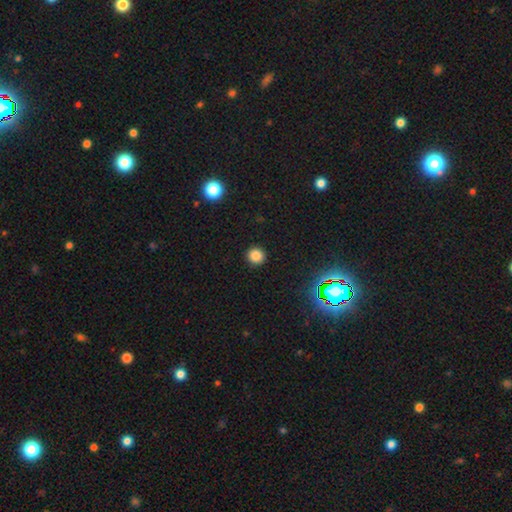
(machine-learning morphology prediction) Q: Smooth or featured?
A: smooth (81%); runner-up: star or artifact (15%)
Q: How rounded?
A: round (93%); runner-up: in between (6%)
Q: Merging?
A: none (92%); runner-up: minor disturbance (5%)